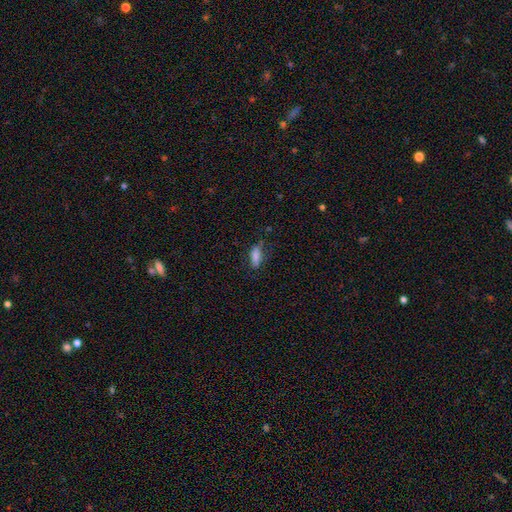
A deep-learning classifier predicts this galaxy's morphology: smooth-or-featured: smooth: 79% | featured or disk: 13% | star or artifact: 8%
  how-rounded: in between: 63% | cigar-shaped: 34% | round: 3%
  merging: none: 62% | minor disturbance: 27% | major disturbance: 9% | merger: 2%